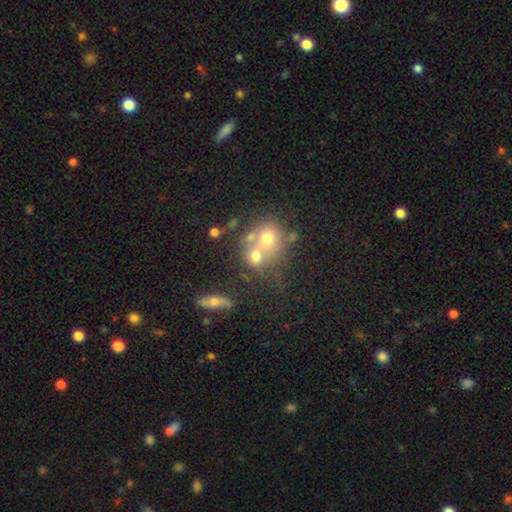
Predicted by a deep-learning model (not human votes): smooth 58%, featured or disk 25%, star or artifact 17%. Down the decision tree: how rounded — round (65%); merging — merger (55%).